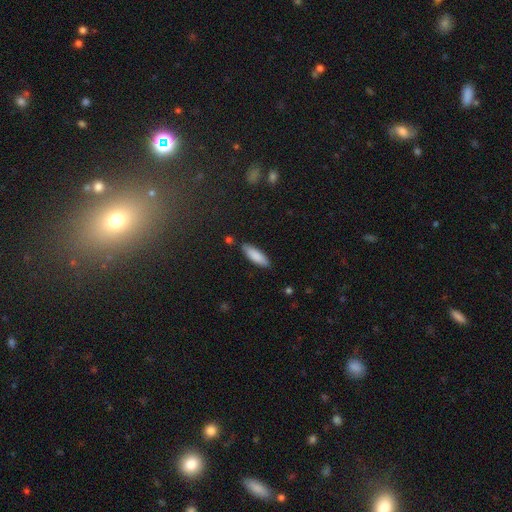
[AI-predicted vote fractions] Overall: smooth (86%). How rounded: in between (52%; cigar-shaped 47%). Merging: none (85%).